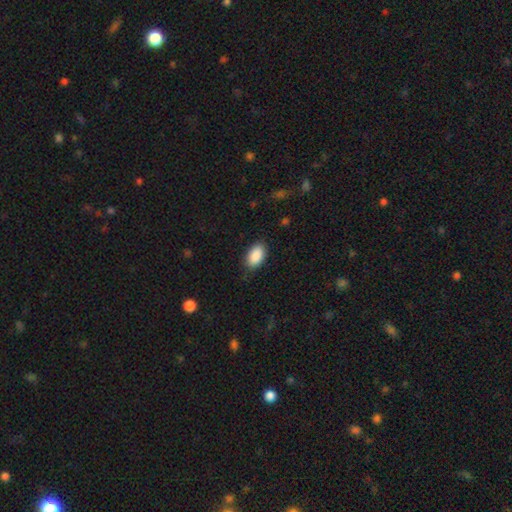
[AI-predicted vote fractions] Smooth or featured: smooth — 90% (star or artifact — 7%)
How rounded: in between — 93% (round — 5%)
Merging: none — 84% (minor disturbance — 12%)